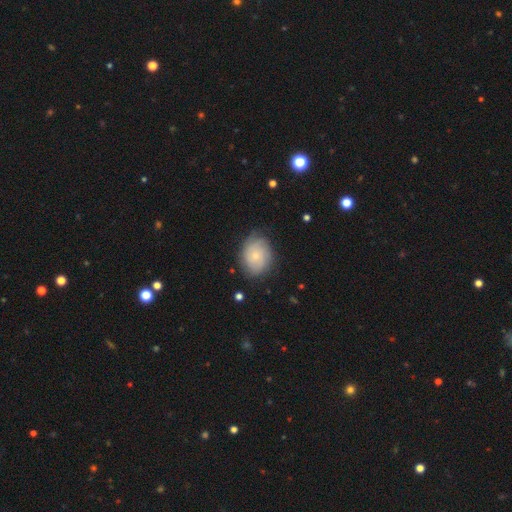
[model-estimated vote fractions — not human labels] smooth-or-featured: smooth: 53% | featured or disk: 39% | star or artifact: 8%
  how-rounded: in between: 57% | round: 42% | cigar-shaped: 1%
  merging: none: 74% | minor disturbance: 19% | major disturbance: 6% | merger: 1%